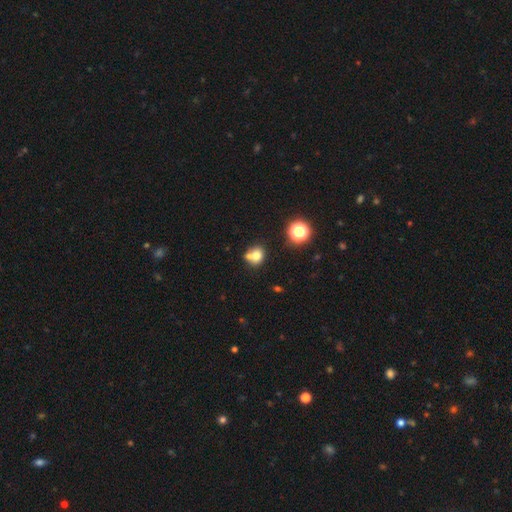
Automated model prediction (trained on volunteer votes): This appears to be a smooth galaxy with no disk features (72%) that is round (69%). Merging: merger (42%, tied with none).